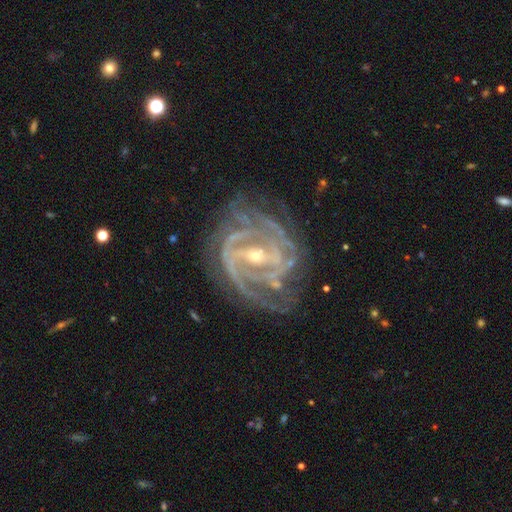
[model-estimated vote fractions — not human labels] Morphology: type=featured or disk (92%); edge-on=no (97%); bar=strong (48%); spiral arms=yes (98%); winding=tight (65%); arm count=2 (25%); bulge=small (63%); merging=none (68%).